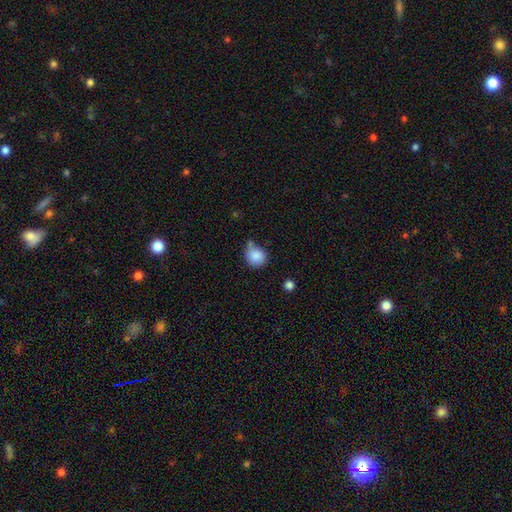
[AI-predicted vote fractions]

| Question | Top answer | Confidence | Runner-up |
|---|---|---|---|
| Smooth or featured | smooth | 86% | star or artifact (8%) |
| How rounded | round | 86% | in between (13%) |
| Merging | none | 59% | minor disturbance (23%) |